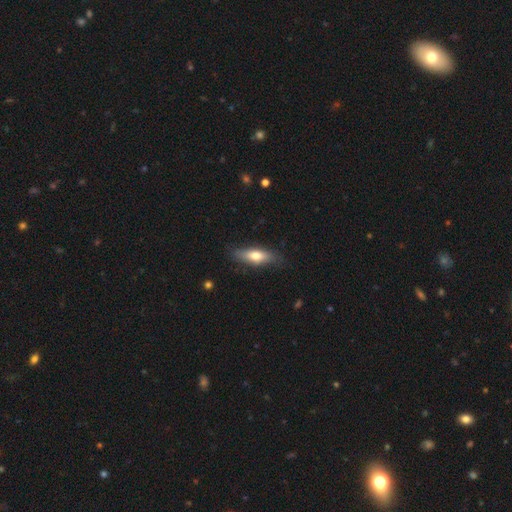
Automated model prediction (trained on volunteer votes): Smooth or featured: smooth — 66% (featured or disk — 28%)
How rounded: in between — 53% (cigar-shaped — 44%)
Merging: none — 78% (minor disturbance — 17%)